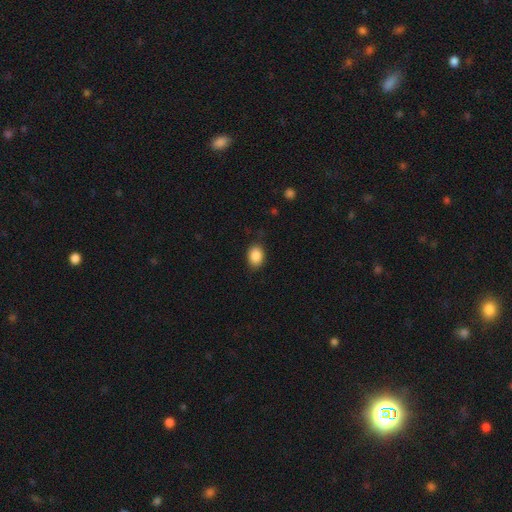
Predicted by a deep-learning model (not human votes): This is clearly a smooth galaxy (88%). How rounded: likely in between (74%). Merging: clearly none (82%).